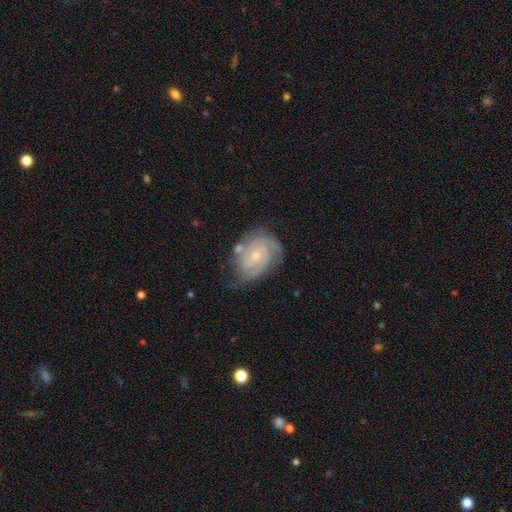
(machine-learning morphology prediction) The model was most divided on "spiral arm count": 2: 38%, 3: 31%, can't tell: 16%, 4: 7%, 1: 4%, more than 4: 4%. More confident: edge-on disk — no (97%); spiral arms — yes (97%); smooth or featured — featured or disk (86%); spiral winding — tight (68%); merging — none (66%); bar — no (64%); bulge size — small (62%).